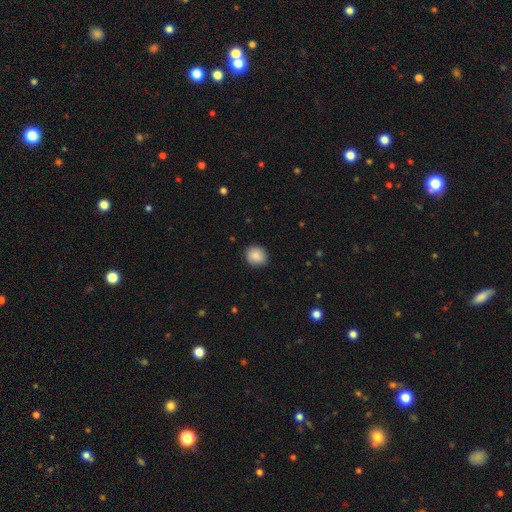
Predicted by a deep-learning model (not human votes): The model was most divided on "how rounded": round: 81%, in between: 19%, cigar-shaped: 1%. More confident: merging — none (88%); smooth or featured — smooth (87%).